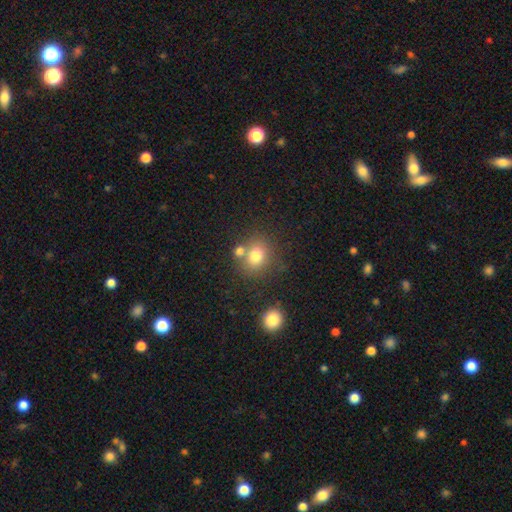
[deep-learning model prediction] Q: Smooth or featured?
A: smooth (77%); runner-up: star or artifact (12%)
Q: How rounded?
A: round (68%); runner-up: in between (31%)
Q: Merging?
A: none (62%); runner-up: merger (23%)